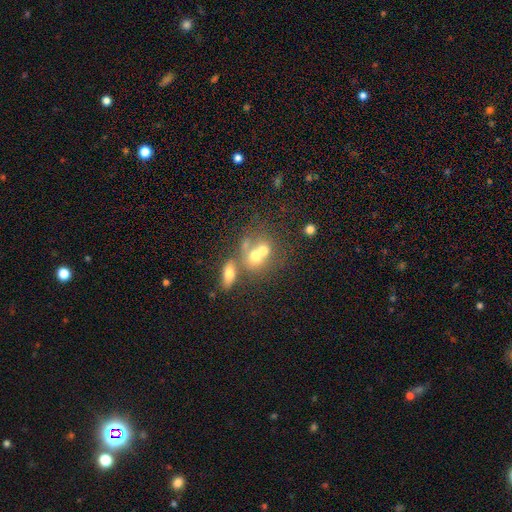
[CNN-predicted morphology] Smooth or featured? Predicted: smooth (p=0.61). How rounded? Predicted: round (p=0.65). Merging? Predicted: merger (p=0.58).